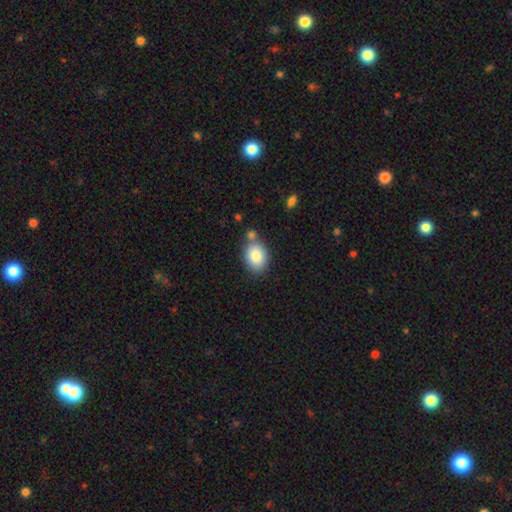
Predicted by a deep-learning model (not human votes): Q: Smooth or featured?
A: smooth (83%); runner-up: featured or disk (9%)
Q: How rounded?
A: in between (70%); runner-up: round (29%)
Q: Merging?
A: none (66%); runner-up: merger (16%)